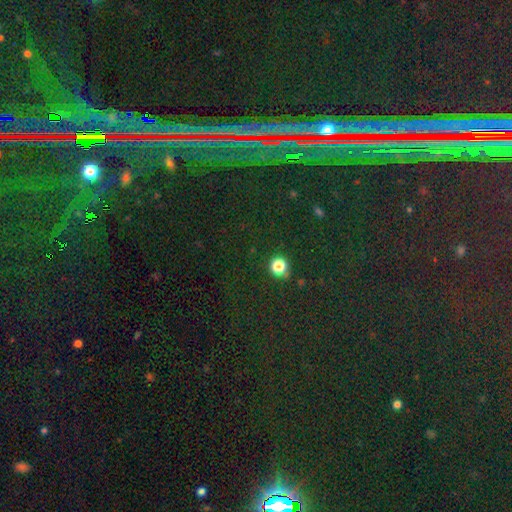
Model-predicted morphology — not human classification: The model was most divided on "smooth or featured": star or artifact: 82%, smooth: 10%, featured or disk: 8%.